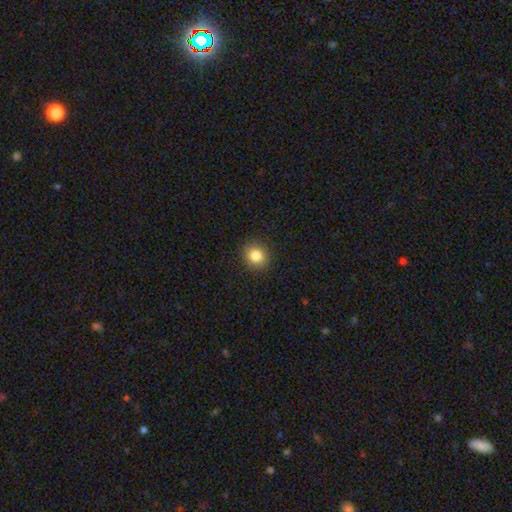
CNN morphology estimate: Smooth or featured? smooth (84%)
How rounded? round (84%)
Merging? none (91%)